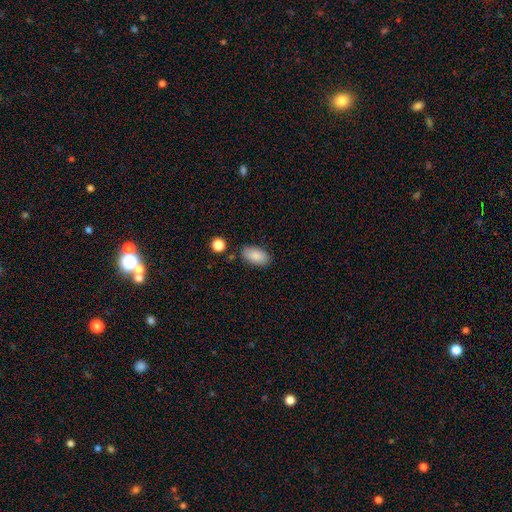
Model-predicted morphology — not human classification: Smooth or featured: smooth — 88% (star or artifact — 7%)
How rounded: in between — 93% (round — 4%)
Merging: none — 81% (minor disturbance — 13%)